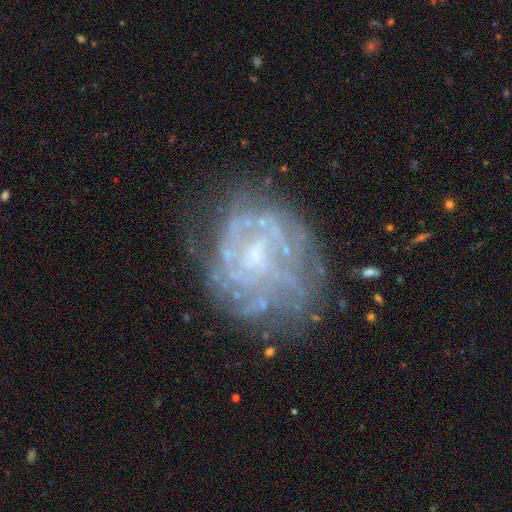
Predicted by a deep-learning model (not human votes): Q: Smooth or featured?
A: featured or disk (78%); runner-up: smooth (13%)
Q: Edge-on disk?
A: no (98%); runner-up: yes (2%)
Q: Bar?
A: no (59%); runner-up: weak (34%)
Q: Spiral arms?
A: yes (68%); runner-up: no (32%)
Q: Spiral winding?
A: tight (59%); runner-up: medium (29%)
Q: Spiral arm count?
A: can't tell (57%); runner-up: 2 (12%)
Q: Bulge size?
A: small (45%); runner-up: none (27%)
Q: Merging?
A: none (60%); runner-up: minor disturbance (21%)